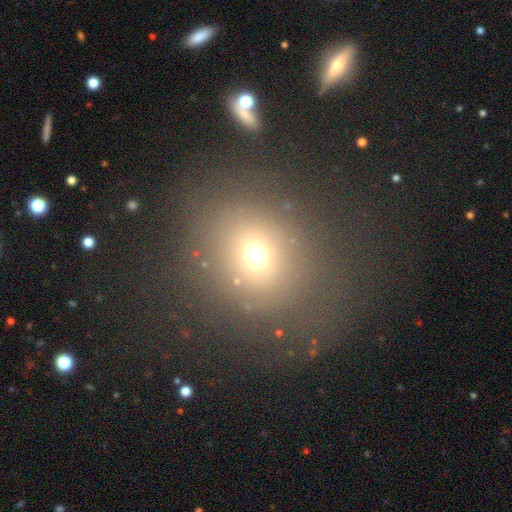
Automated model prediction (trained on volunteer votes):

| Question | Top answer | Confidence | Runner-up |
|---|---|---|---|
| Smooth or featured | smooth | 66% | star or artifact (22%) |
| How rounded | round | 80% | in between (19%) |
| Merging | none | 76% | minor disturbance (12%) |